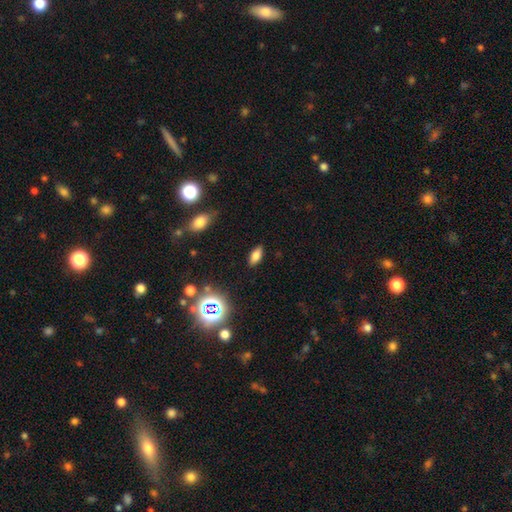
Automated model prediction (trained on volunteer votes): A smooth galaxy with no disk features (71%) that is in between round and cigar-shaped (82%). Merging: none (86%).